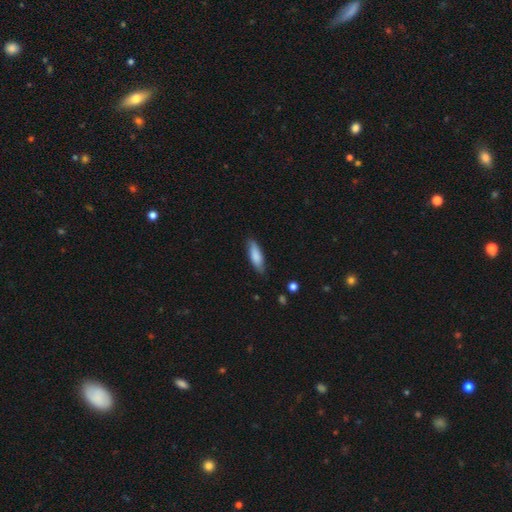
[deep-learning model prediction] Smooth or featured?
  - smooth: 82% *
  - featured or disk: 13%
  - star or artifact: 6%
How rounded?
  - cigar-shaped: 54% *
  - in between: 44%
  - round: 2%
Merging?
  - none: 83% *
  - minor disturbance: 14%
  - major disturbance: 2%
  - merger: 1%